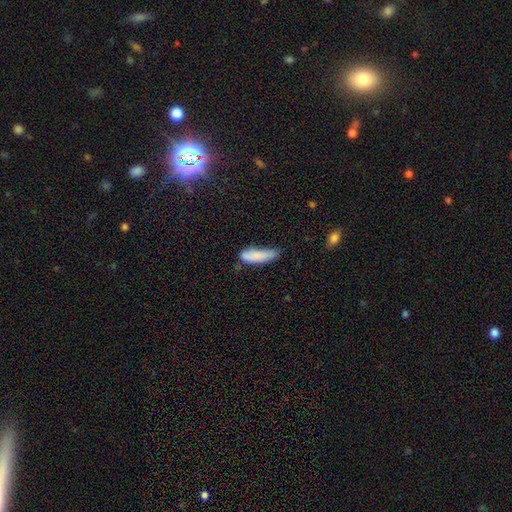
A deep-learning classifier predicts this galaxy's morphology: The model was most divided on "merging": none: 46%, minor disturbance: 37%, major disturbance: 12%, merger: 5%. More confident: smooth or featured — smooth (83%); how rounded — cigar-shaped (60%).